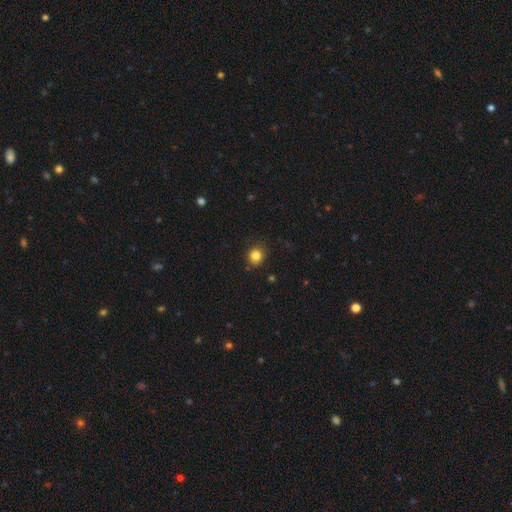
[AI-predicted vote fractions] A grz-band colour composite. It shows a smooth galaxy with no disk features (83%) that is round (83%). Merging: none (86%).